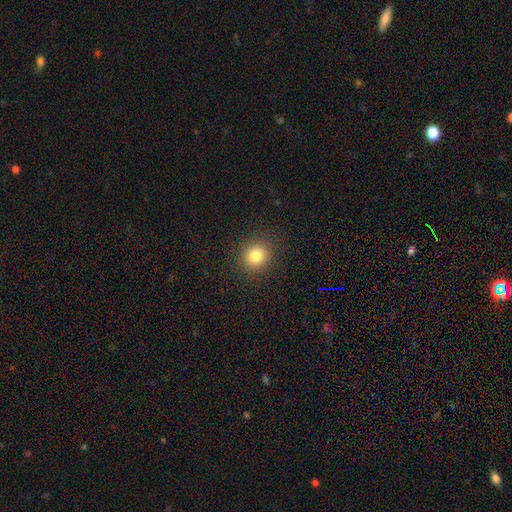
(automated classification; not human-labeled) Smooth or featured? Predicted: smooth (p=0.81). How rounded? Predicted: round (p=0.90). Merging? Predicted: none (p=0.91).